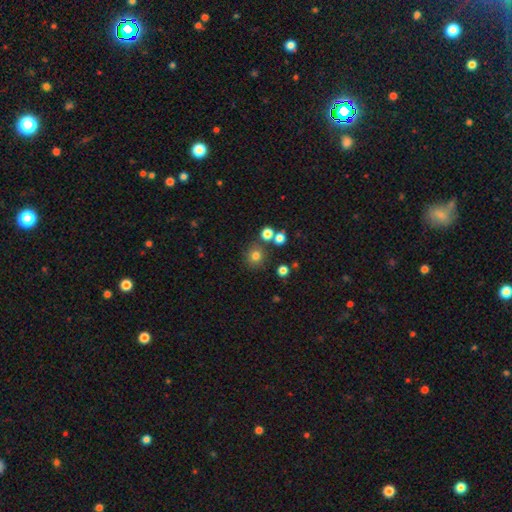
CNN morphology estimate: type=smooth (76%); roundness=round (89%); merging=none (79%).